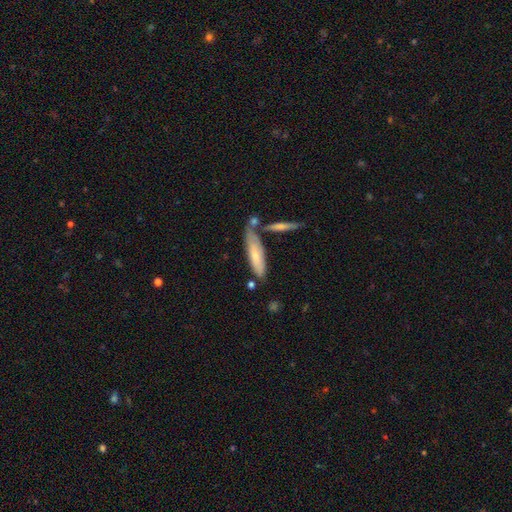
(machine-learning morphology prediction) smooth-or-featured: smooth: 64% | featured or disk: 31% | star or artifact: 6%
  how-rounded: cigar-shaped: 66% | in between: 32% | round: 2%
  merging: none: 59% | merger: 19% | minor disturbance: 18% | major disturbance: 4%